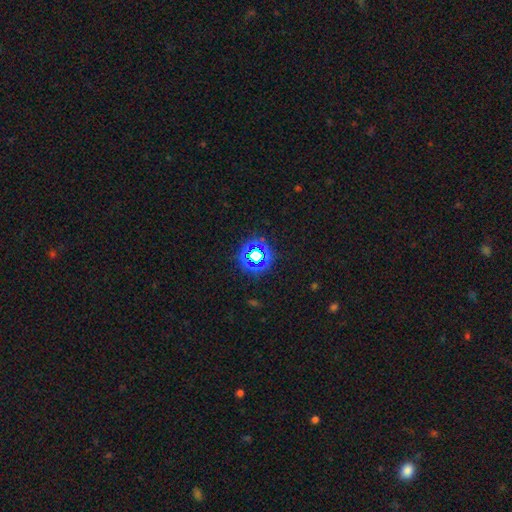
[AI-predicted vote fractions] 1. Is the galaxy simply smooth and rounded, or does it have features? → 66% star or artifact, 24% smooth, 10% featured or disk.